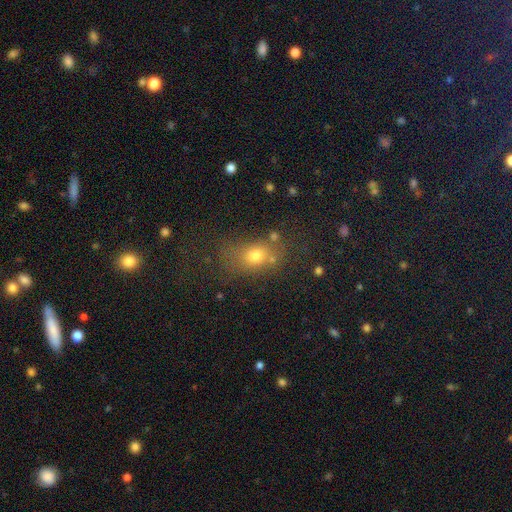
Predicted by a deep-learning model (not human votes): smooth_or_featured: smooth (p=0.72) [alt: star or artifact p=0.16]
how_rounded: in between (p=0.60) [alt: round p=0.37]
merging: none (p=0.61) [alt: minor disturbance p=0.19]